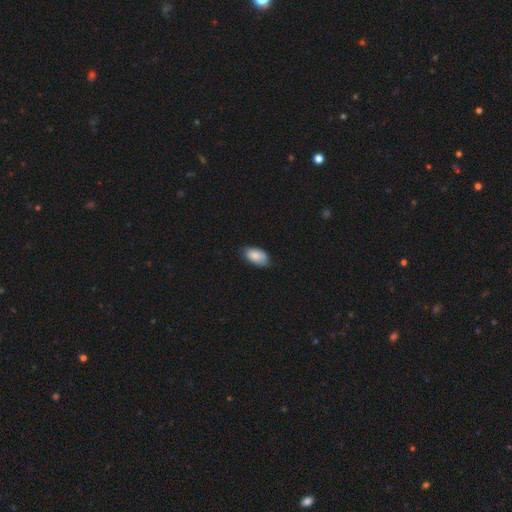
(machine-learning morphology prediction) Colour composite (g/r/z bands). It shows a smooth galaxy with no disk features (86%) that is in between round and cigar-shaped (94%). Merging: none (73%).